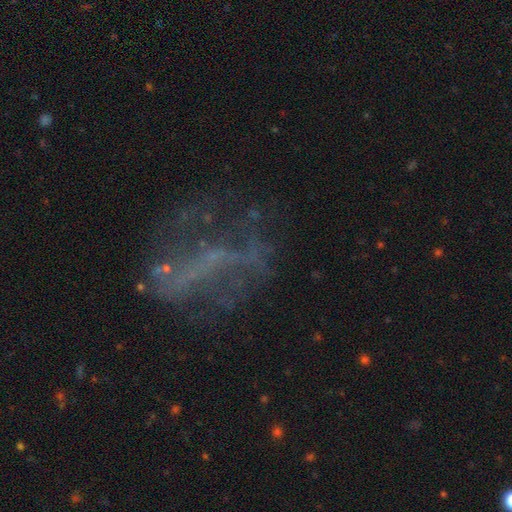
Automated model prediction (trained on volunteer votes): Morphology: type=featured or disk (54%); edge-on=no (94%); bar=no (66%); spiral arms=no (79%); bulge=none (66%); merging=none (50%).